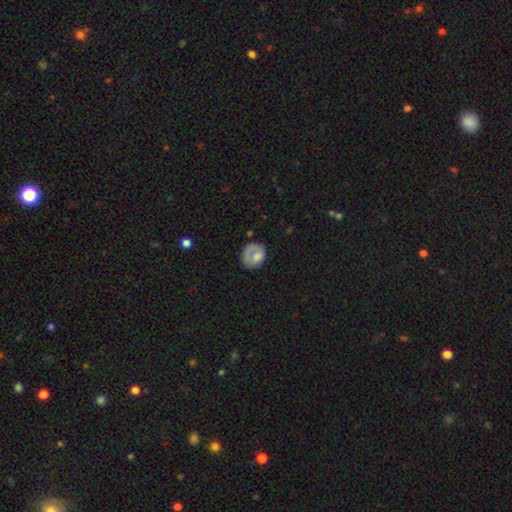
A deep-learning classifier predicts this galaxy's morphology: smooth 62%, featured or disk 31%, star or artifact 7%. Down the decision tree: how rounded — round (59%); merging — none (51%).